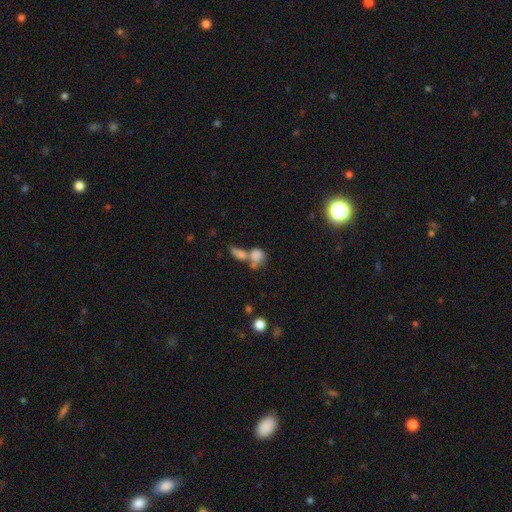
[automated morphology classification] This is likely a smooth galaxy (75%). How rounded: possibly in between (57%). Merging: likely merger (64%).